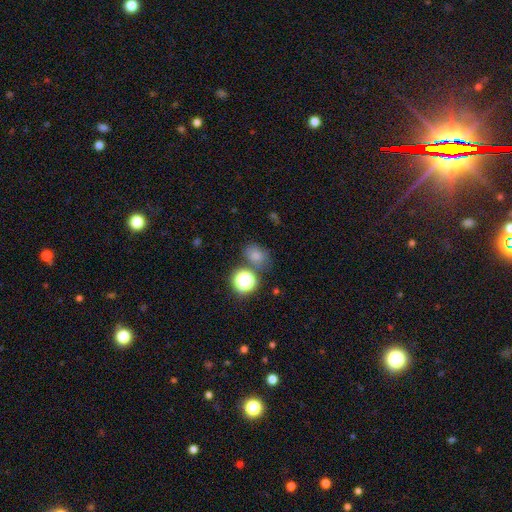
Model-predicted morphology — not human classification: smooth_or_featured: smooth (p=0.71) [alt: star or artifact p=0.21]
how_rounded: round (p=0.55) [alt: in between p=0.44]
merging: none (p=0.65) [alt: minor disturbance p=0.16]